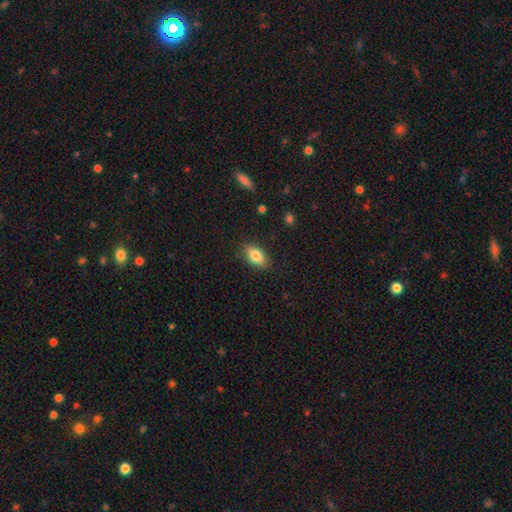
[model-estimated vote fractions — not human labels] smooth_or_featured: smooth (p=0.83) [alt: featured or disk p=0.10]
how_rounded: in between (p=0.89) [alt: round p=0.08]
merging: none (p=0.85) [alt: minor disturbance p=0.11]